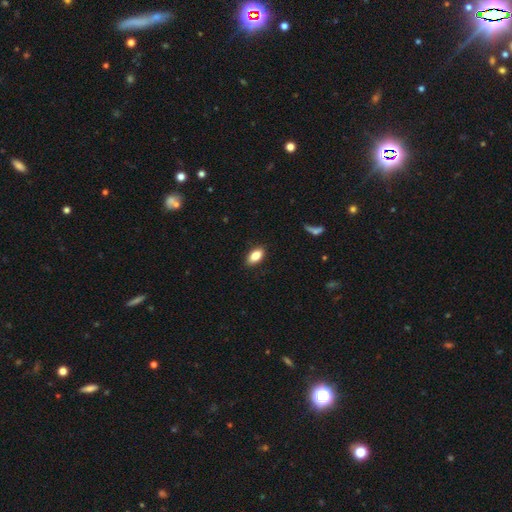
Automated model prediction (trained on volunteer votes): A smooth galaxy with no disk features (84%) that is in between round and cigar-shaped (90%).

Vote fractions:
- Smooth or featured? smooth: 84% / featured or disk: 8% / star or artifact: 8%
- How rounded? in between: 90% / round: 5% / cigar-shaped: 5%
- Merging? none: 88% / minor disturbance: 9% / major disturbance: 2% / merger: 1%